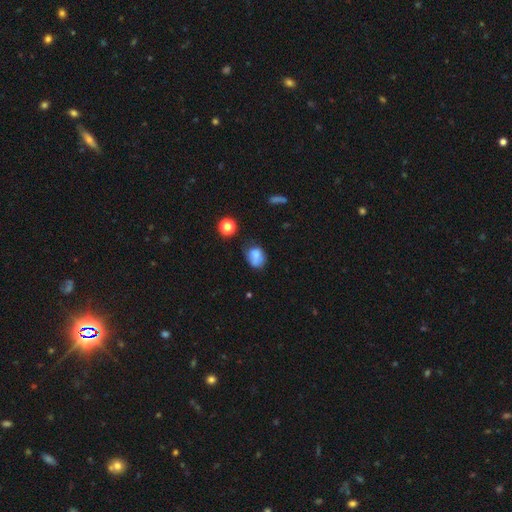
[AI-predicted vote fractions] Smooth or featured?
  - smooth: 71% *
  - featured or disk: 17%
  - star or artifact: 12%
How rounded?
  - in between: 56% *
  - round: 43%
  - cigar-shaped: 1%
Merging?
  - none: 46% *
  - minor disturbance: 30%
  - major disturbance: 13%
  - merger: 11%